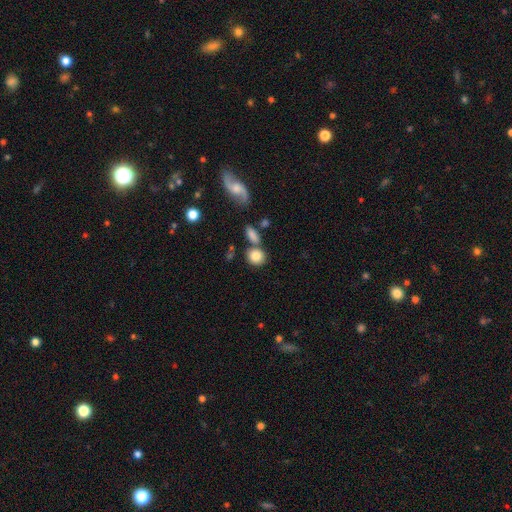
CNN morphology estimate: A smooth galaxy with no disk features (82%) that is round (73%).

Vote fractions:
- Smooth or featured? smooth: 82% / featured or disk: 10% / star or artifact: 8%
- How rounded? round: 73% / in between: 25% / cigar-shaped: 2%
- Merging? none: 63% / merger: 20% / minor disturbance: 12% / major disturbance: 5%